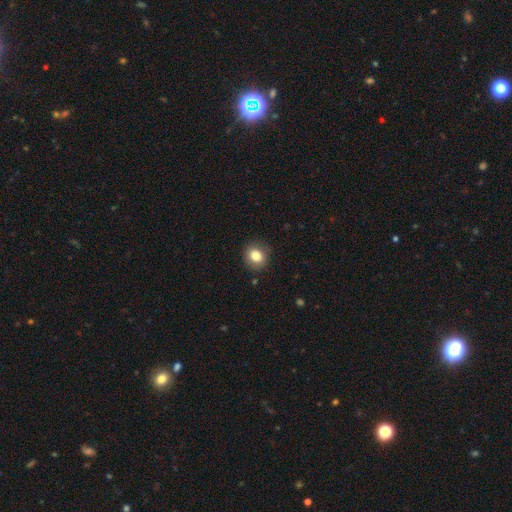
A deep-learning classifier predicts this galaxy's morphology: A smooth galaxy with no disk features (83%) that is round (72%).

Vote fractions:
- Smooth or featured? smooth: 83% / star or artifact: 9% / featured or disk: 8%
- How rounded? round: 72% / in between: 27% / cigar-shaped: 1%
- Merging? none: 85% / minor disturbance: 11% / major disturbance: 3% / merger: 1%